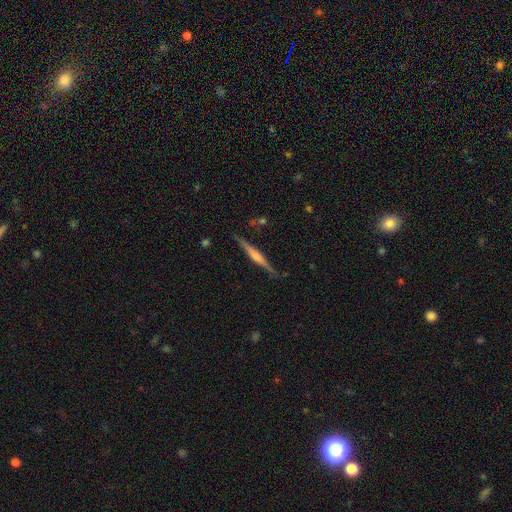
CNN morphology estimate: Smooth or featured? Predicted: featured or disk (p=0.73). Edge-on disk? Predicted: yes (p=0.98). Edge-on bulge? Predicted: rounded (p=0.63). Merging? Predicted: none (p=0.86).